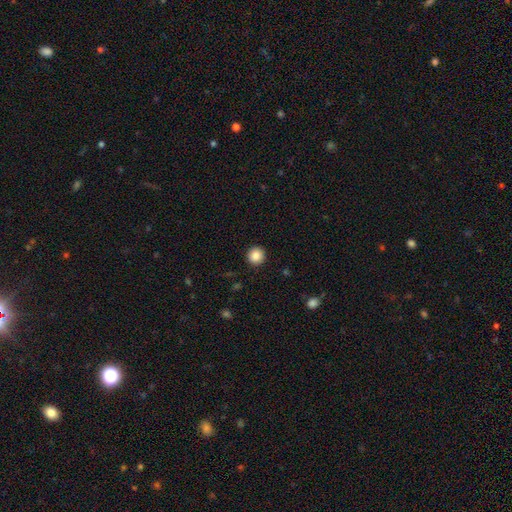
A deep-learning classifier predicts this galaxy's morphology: The model was most divided on "smooth or featured": smooth: 87%, star or artifact: 9%, featured or disk: 4%. More confident: how rounded — round (95%); merging — none (93%).